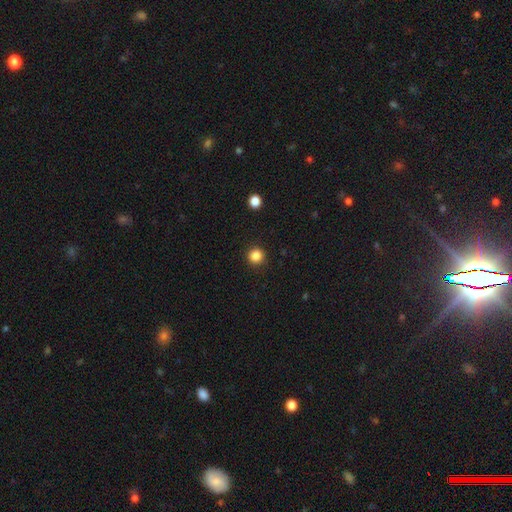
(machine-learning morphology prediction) A smooth galaxy with no disk features (86%) that is round (94%). Merging: none (91%).